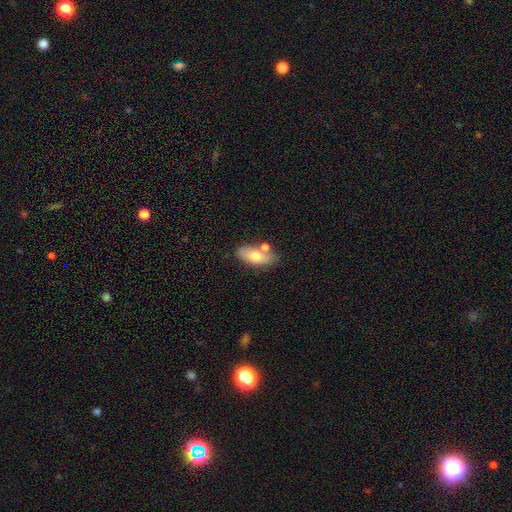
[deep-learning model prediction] smooth-or-featured: smooth: 69% | featured or disk: 24% | star or artifact: 7%
  how-rounded: in between: 86% | cigar-shaped: 10% | round: 4%
  merging: none: 61% | merger: 19% | minor disturbance: 16% | major disturbance: 5%